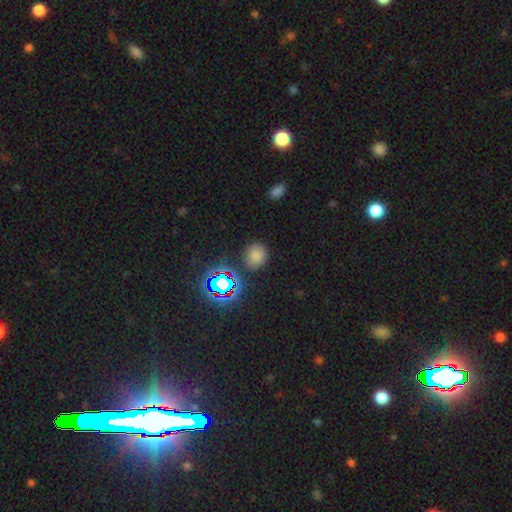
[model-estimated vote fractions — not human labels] This is likely a smooth galaxy (71%). How rounded: likely round (77%). Merging: clearly none (81%).